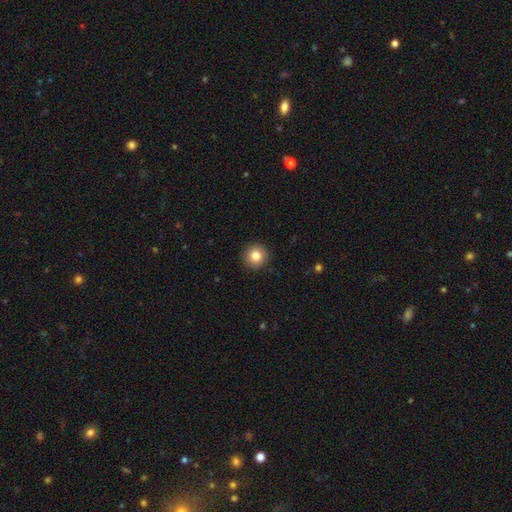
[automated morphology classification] Smooth or featured: smooth — 83% (star or artifact — 10%)
How rounded: round — 95% (in between — 4%)
Merging: none — 92% (minor disturbance — 5%)